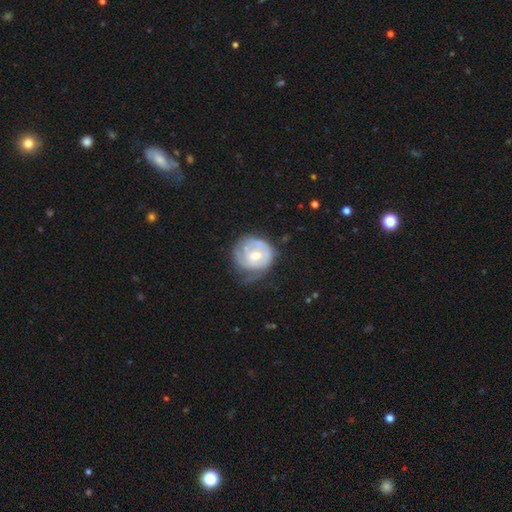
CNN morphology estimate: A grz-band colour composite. It shows a featured or disk galaxy (68%) with no bar (69%), tight (69%) spiral arms (81%) and a moderate central bulge (61%). Merging: none (55%).